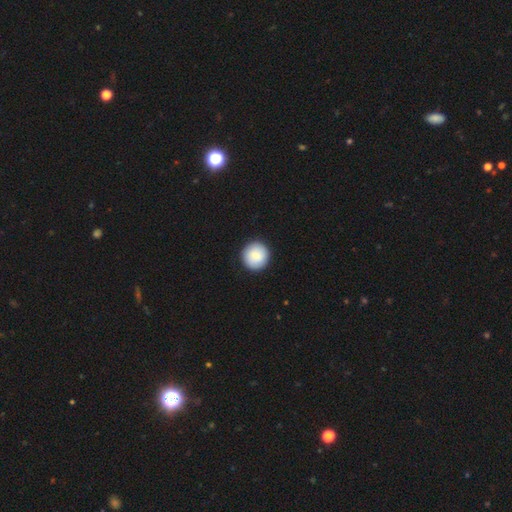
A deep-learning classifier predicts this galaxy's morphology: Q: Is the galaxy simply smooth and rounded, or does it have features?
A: smooth — 84%.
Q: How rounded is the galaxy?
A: round — 95%.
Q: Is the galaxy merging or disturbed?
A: none — 92%.